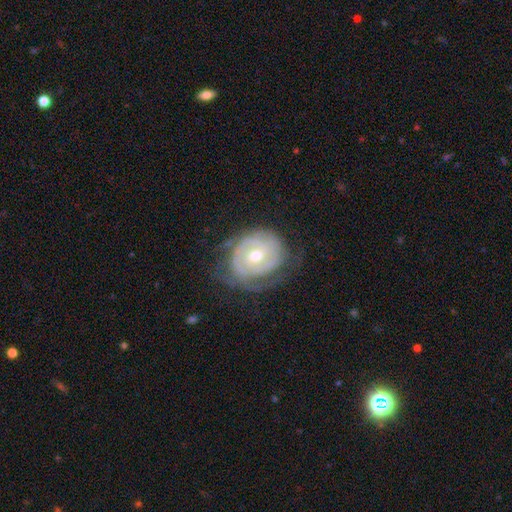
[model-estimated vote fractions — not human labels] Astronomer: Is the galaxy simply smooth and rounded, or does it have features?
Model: featured or disk — 82%.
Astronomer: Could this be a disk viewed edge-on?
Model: no — 97%.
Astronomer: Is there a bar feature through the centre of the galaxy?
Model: no — 65%.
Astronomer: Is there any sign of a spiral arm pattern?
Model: yes — 88%.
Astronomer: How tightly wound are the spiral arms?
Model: tight — 75%.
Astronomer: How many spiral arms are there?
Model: can't tell — 38% (runner-up: 2, 34%).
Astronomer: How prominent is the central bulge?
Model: moderate — 72%.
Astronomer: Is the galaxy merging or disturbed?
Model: none — 65%.